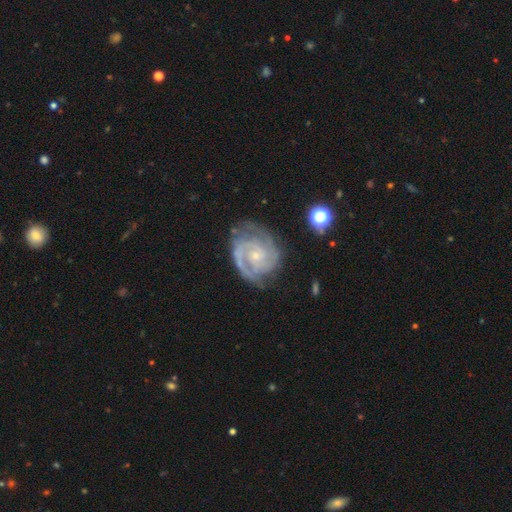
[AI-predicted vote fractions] Morphology: type=featured or disk (90%); edge-on=no (98%); bar=no (68%); spiral arms=yes (98%); winding=tight (64%); arm count=2 (52%); bulge=small (78%); merging=none (69%).